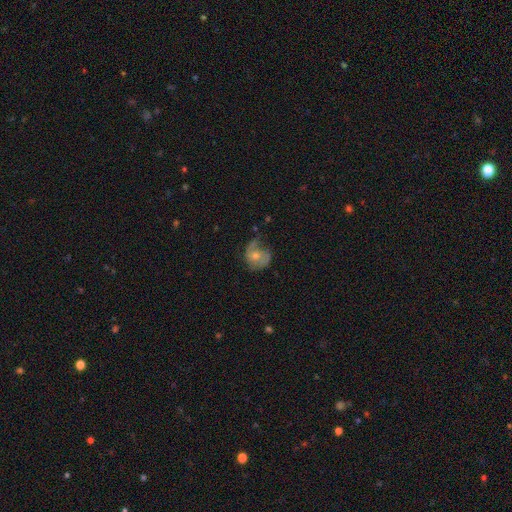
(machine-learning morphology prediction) Smooth or featured? Predicted: featured or disk (p=0.65). Edge-on disk? Predicted: no (p=0.97). Bar? Predicted: no (p=0.72). Spiral arms? Predicted: yes (p=0.83). Spiral winding? Predicted: medium (p=0.42). Spiral arm count? Predicted: 2 (p=0.60). Bulge size? Predicted: moderate (p=0.56). Merging? Predicted: none (p=0.53).